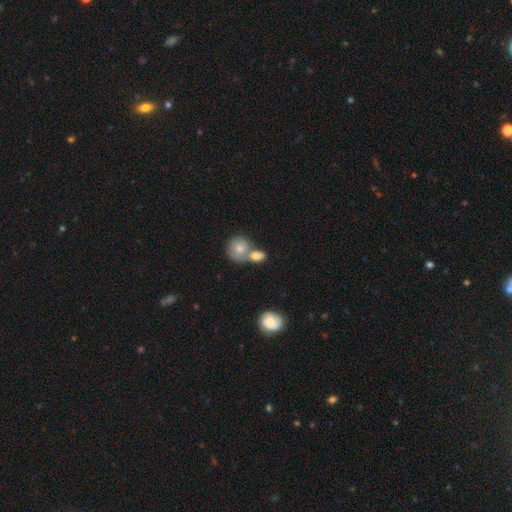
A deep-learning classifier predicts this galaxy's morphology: This appears to be a smooth galaxy with no disk features (76%) that is in between round and cigar-shaped (54%). Merging: merger (55%).